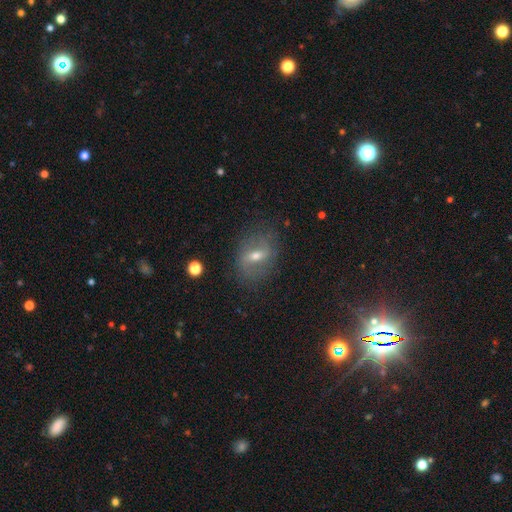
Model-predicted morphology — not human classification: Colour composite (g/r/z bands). It shows a featured or disk galaxy (50%). Merging: none (78%).